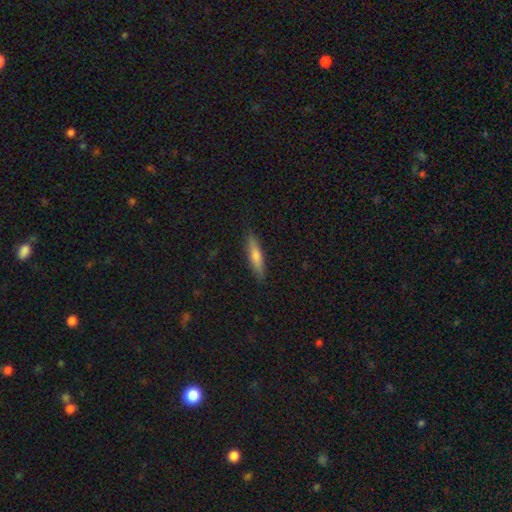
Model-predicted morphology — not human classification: Smooth or featured?
  - smooth: 60% *
  - featured or disk: 33%
  - star or artifact: 7%
How rounded?
  - cigar-shaped: 85% *
  - in between: 13%
  - round: 2%
Merging?
  - none: 89% *
  - minor disturbance: 9%
  - major disturbance: 2%
  - merger: 1%